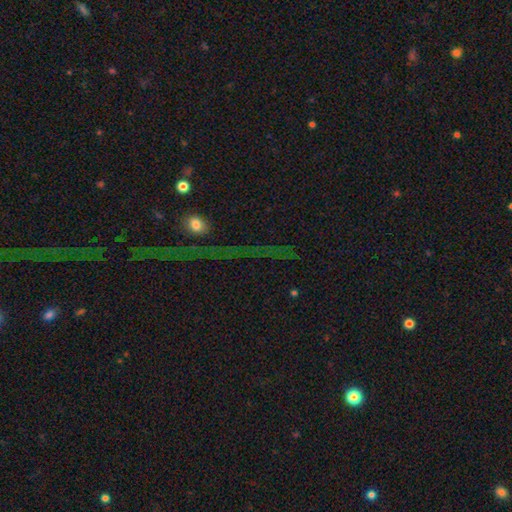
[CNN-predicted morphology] Smooth or featured? star or artifact (73%)